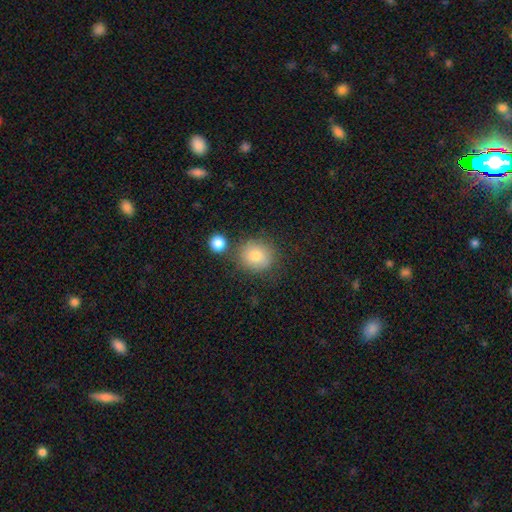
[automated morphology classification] Smooth or featured? smooth (80%)
How rounded? round (85%)
Merging? none (75%)